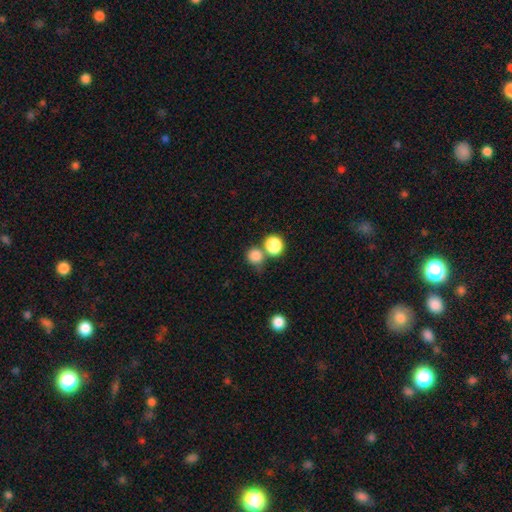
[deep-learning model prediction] Overall: smooth (83%). How rounded: round (87%). Merging: none (56%; merger 30%).